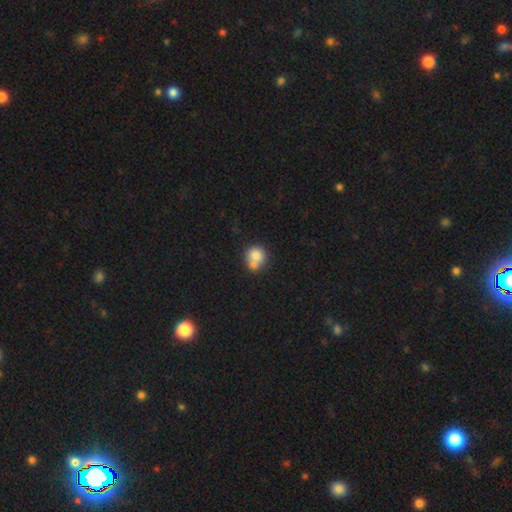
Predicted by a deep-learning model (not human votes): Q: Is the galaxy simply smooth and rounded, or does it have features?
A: smooth — 77%.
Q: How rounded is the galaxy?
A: round — 83%.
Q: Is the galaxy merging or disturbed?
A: merger — 44%.